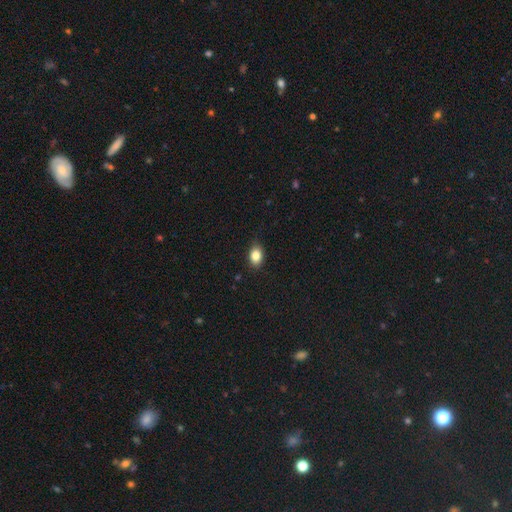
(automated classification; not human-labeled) Morphology: type=smooth (84%); roundness=in between (78%); merging=none (84%).